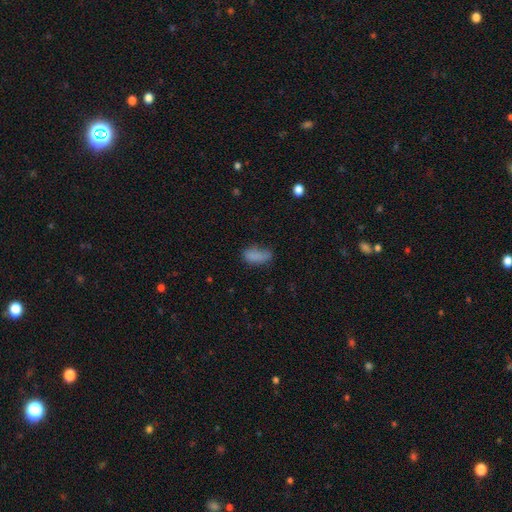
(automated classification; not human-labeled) smooth_or_featured: smooth (p=0.81) [alt: star or artifact p=0.10]
how_rounded: in between (p=0.84) [alt: cigar-shaped p=0.12]
merging: none (p=0.50) [alt: minor disturbance p=0.31]